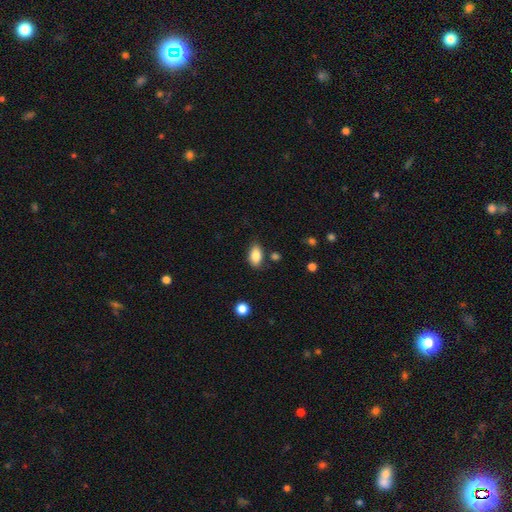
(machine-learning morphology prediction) The model was most divided on "merging": none: 79%, minor disturbance: 14%, merger: 4%, major disturbance: 3%. More confident: how rounded — in between (90%); smooth or featured — smooth (84%).